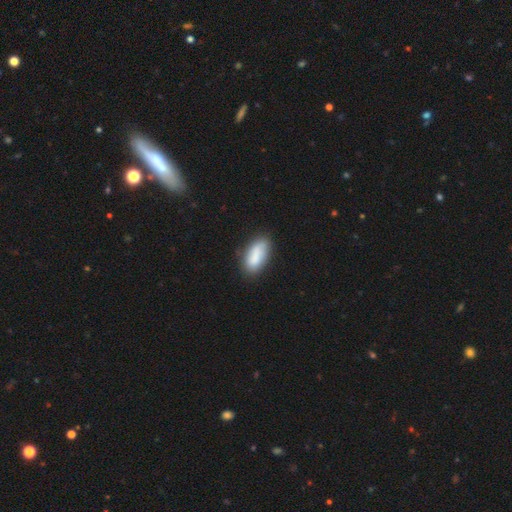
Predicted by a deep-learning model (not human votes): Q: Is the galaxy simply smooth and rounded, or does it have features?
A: smooth — 83%.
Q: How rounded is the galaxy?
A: in between — 88%.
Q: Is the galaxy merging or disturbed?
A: none — 70%.